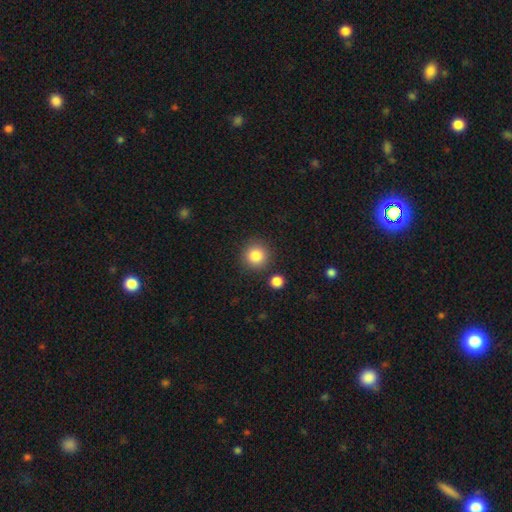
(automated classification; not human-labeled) Overall: smooth (85%). How rounded: round (93%). Merging: none (86%).